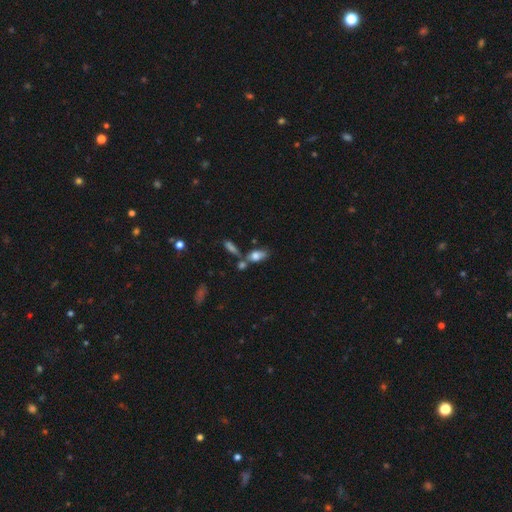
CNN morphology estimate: This appears to be a smooth galaxy with no disk features (73%) that is in between round and cigar-shaped (82%). Merging: none (48%).